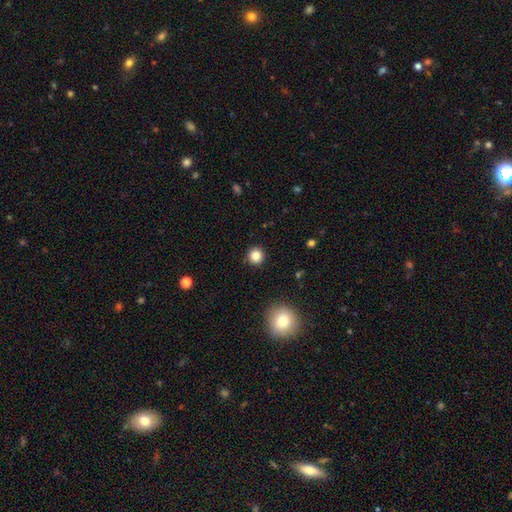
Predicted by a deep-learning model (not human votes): Smooth or featured: smooth — 84% (star or artifact — 11%)
How rounded: round — 94% (in between — 5%)
Merging: none — 92% (minor disturbance — 5%)